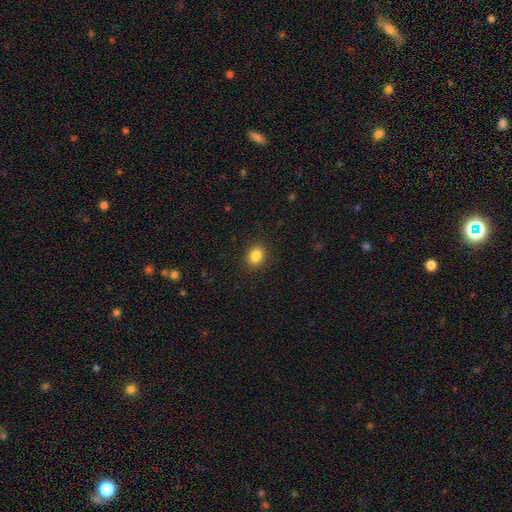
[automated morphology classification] Overall: smooth (85%). How rounded: round (57%; in between 43%). Merging: none (89%).